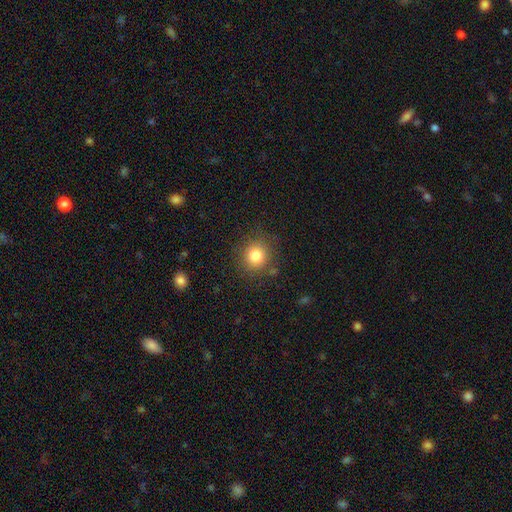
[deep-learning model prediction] The model was most divided on "smooth or featured": smooth: 82%, star or artifact: 11%, featured or disk: 7%. More confident: how rounded — round (86%); merging — none (85%).